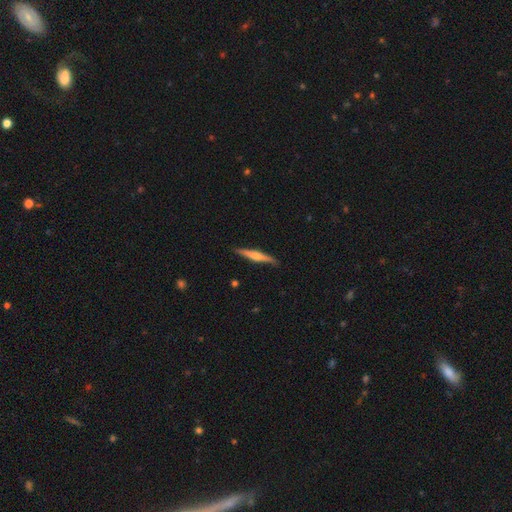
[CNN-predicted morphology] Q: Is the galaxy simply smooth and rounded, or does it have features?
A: featured or disk — 55%.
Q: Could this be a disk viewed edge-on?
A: yes — 97%.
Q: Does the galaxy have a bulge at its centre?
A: rounded — 65%.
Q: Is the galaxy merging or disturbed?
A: none — 87%.